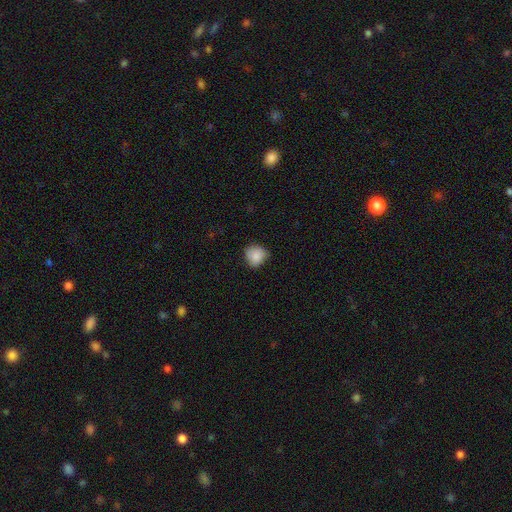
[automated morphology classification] type=smooth (85%); roundness=round (82%); merging=none (67%).